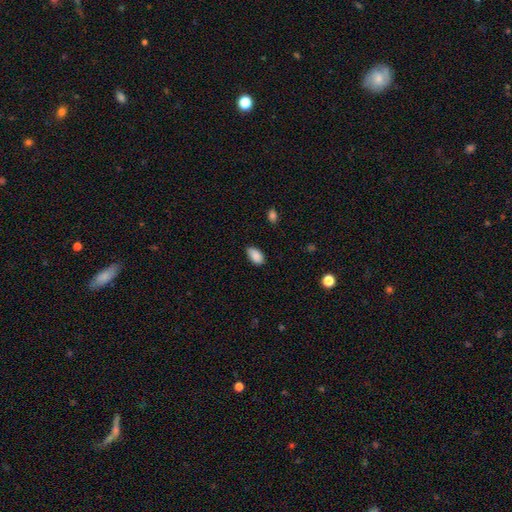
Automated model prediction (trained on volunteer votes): Smooth or featured? Predicted: smooth (p=0.89). How rounded? Predicted: in between (p=0.94). Merging? Predicted: none (p=0.78).